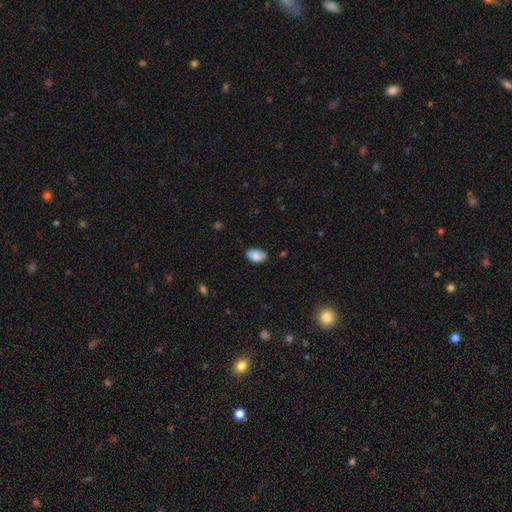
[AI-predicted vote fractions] The model was most divided on "merging": none: 79%, minor disturbance: 17%, major disturbance: 3%, merger: 1%. More confident: how rounded — in between (93%); smooth or featured — smooth (84%).